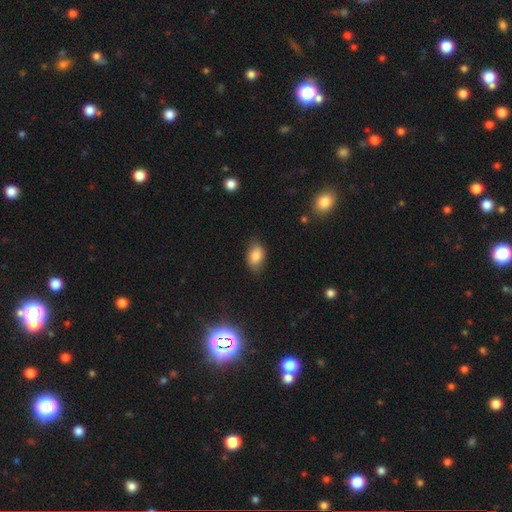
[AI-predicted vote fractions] A smooth galaxy with no disk features (82%) that is in between round and cigar-shaped (85%). Merging: none (75%).